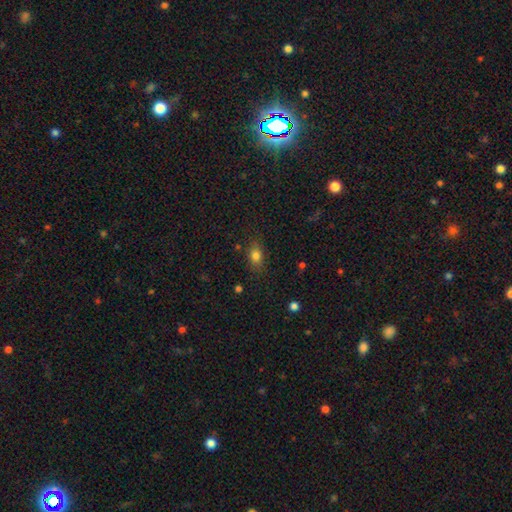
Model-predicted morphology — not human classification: This is clearly a smooth galaxy (80%). How rounded: likely in between (75%). Merging: clearly none (81%).